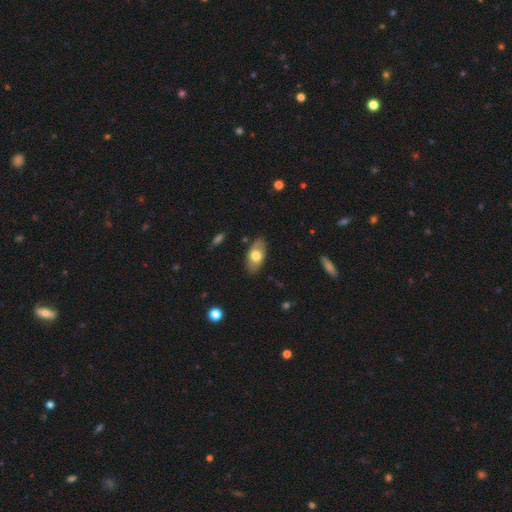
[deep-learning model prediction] smooth 67%, featured or disk 27%, star or artifact 6%. Down the decision tree: how rounded — in between (91%); merging — none (83%).